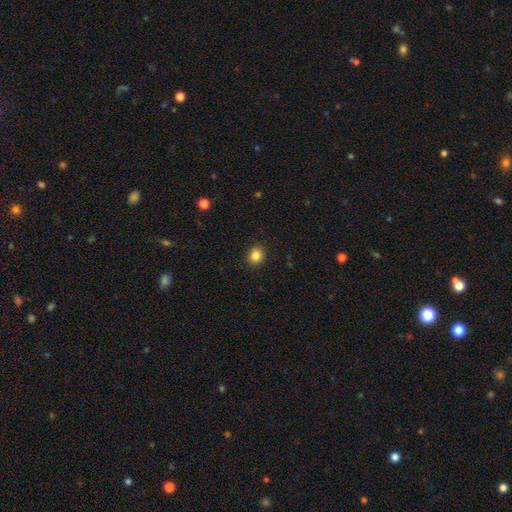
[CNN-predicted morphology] Overall: smooth (85%). How rounded: round (77%). Merging: none (91%).